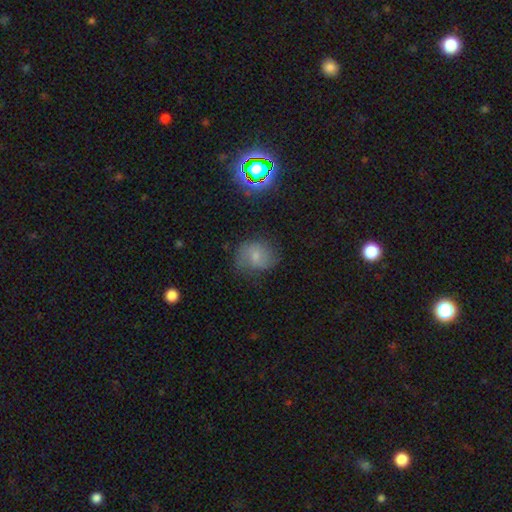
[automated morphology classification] A smooth galaxy with no disk features (57%) that is round (64%).

Vote fractions:
- Smooth or featured? smooth: 57% / featured or disk: 28% / star or artifact: 15%
- How rounded? round: 64% / in between: 35% / cigar-shaped: 1%
- Merging? none: 57% / minor disturbance: 28% / major disturbance: 13% / merger: 2%